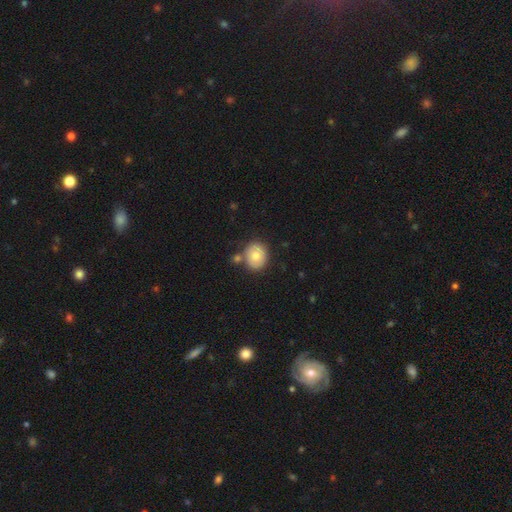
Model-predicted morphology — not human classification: Smooth or featured? smooth (77%)
How rounded? round (71%)
Merging? none (71%)